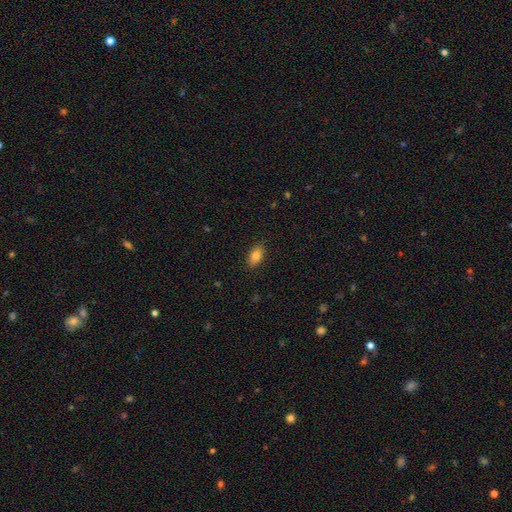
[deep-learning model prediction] Smooth or featured: smooth — 83% (featured or disk — 9%)
How rounded: in between — 89% (round — 6%)
Merging: none — 87% (minor disturbance — 10%)